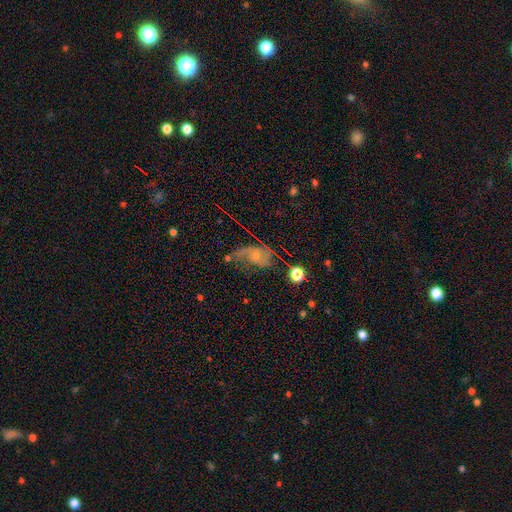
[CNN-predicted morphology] Smooth or featured? Predicted: featured or disk (p=0.57). Edge-on disk? Predicted: no (p=0.95). Bar? Predicted: no (p=0.74). Spiral arms? Predicted: yes (p=0.77). Bulge size? Predicted: small (p=0.65). Merging? Predicted: none (p=0.34).